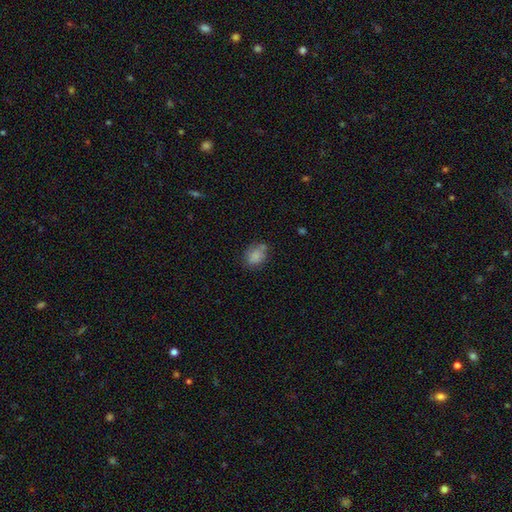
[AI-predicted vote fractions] Morphology: type=smooth (80%); roundness=in between (60%); merging=none (61%).